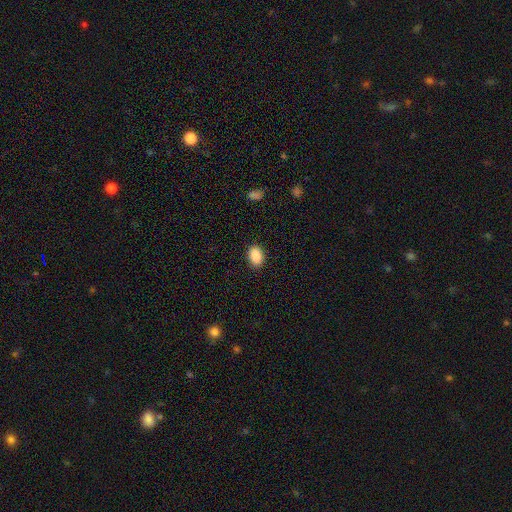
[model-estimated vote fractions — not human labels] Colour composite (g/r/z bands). It shows a smooth galaxy with no disk features (90%) that is in between round and cigar-shaped (87%). Merging: none (89%).